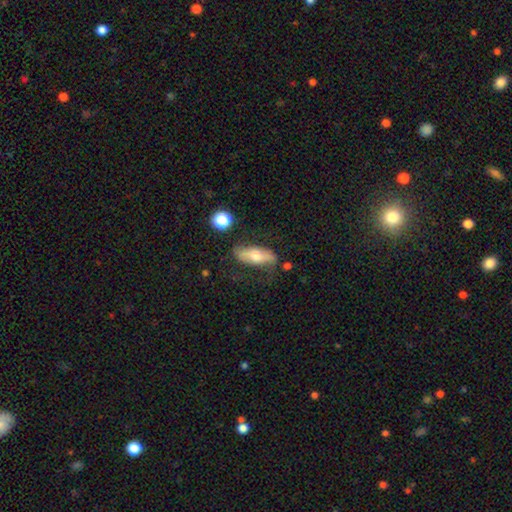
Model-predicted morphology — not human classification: smooth-or-featured: smooth: 51% | featured or disk: 42% | star or artifact: 7%
  how-rounded: in between: 67% | cigar-shaped: 29% | round: 4%
  merging: none: 63% | minor disturbance: 23% | major disturbance: 11% | merger: 4%